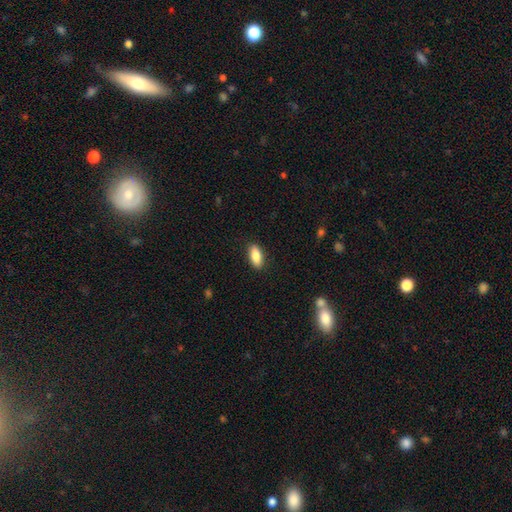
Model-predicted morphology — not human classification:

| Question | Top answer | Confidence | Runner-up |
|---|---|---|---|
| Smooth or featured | smooth | 85% | featured or disk (8%) |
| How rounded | in between | 87% | cigar-shaped (11%) |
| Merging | none | 88% | minor disturbance (9%) |